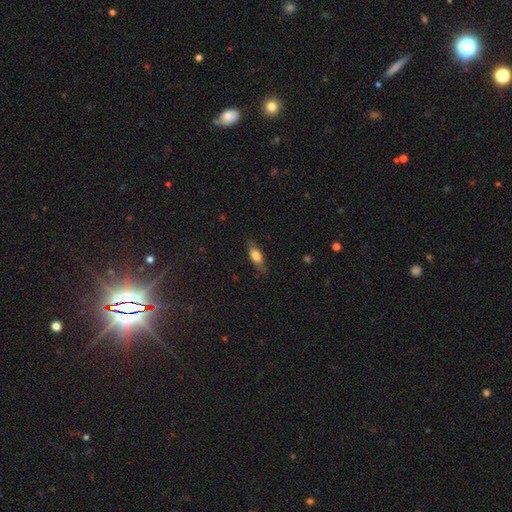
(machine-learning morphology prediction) This appears to be a smooth galaxy with no disk features (71%) that is in between round and cigar-shaped (65%). Merging: none (79%).